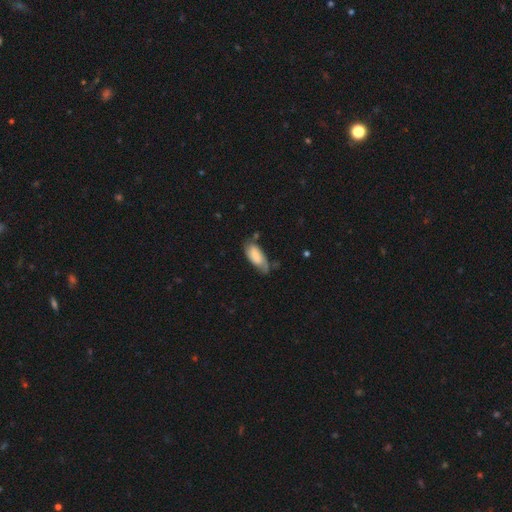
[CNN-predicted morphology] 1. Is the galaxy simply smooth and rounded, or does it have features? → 71% smooth, 22% featured or disk, 7% star or artifact.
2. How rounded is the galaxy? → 87% in between, 11% cigar-shaped, 2% round.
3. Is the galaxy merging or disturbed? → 42% none, 36% minor disturbance, 16% major disturbance, 6% merger.